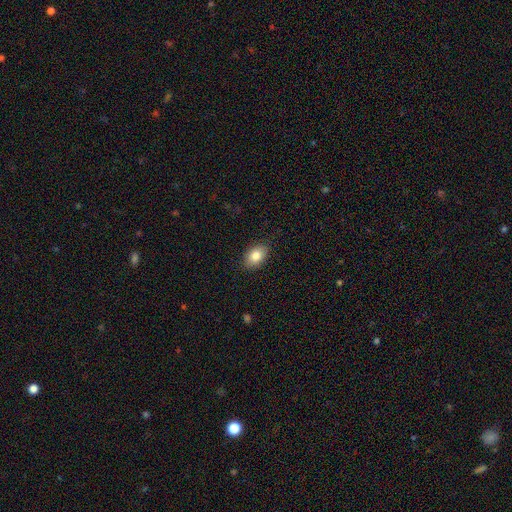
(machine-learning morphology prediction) A smooth galaxy with no disk features (83%) that is in between round and cigar-shaped (87%).

Vote fractions:
- Smooth or featured? smooth: 83% / featured or disk: 9% / star or artifact: 8%
- How rounded? in between: 87% / round: 12% / cigar-shaped: 1%
- Merging? none: 87% / minor disturbance: 10% / major disturbance: 2% / merger: 1%